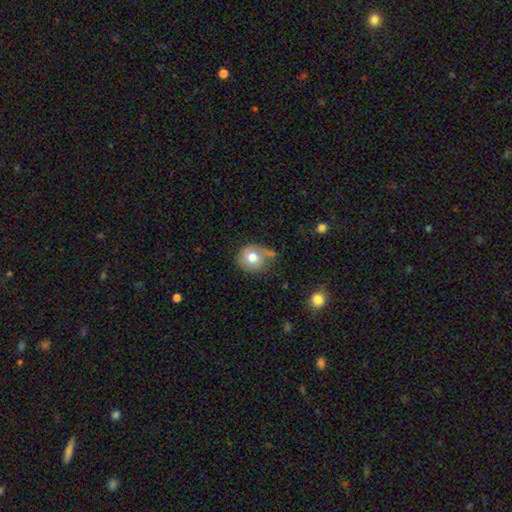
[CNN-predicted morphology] smooth-or-featured: smooth: 70% | featured or disk: 19% | star or artifact: 11%
  how-rounded: round: 84% | in between: 15% | cigar-shaped: 1%
  merging: none: 60% | minor disturbance: 23% | major disturbance: 8% | merger: 8%